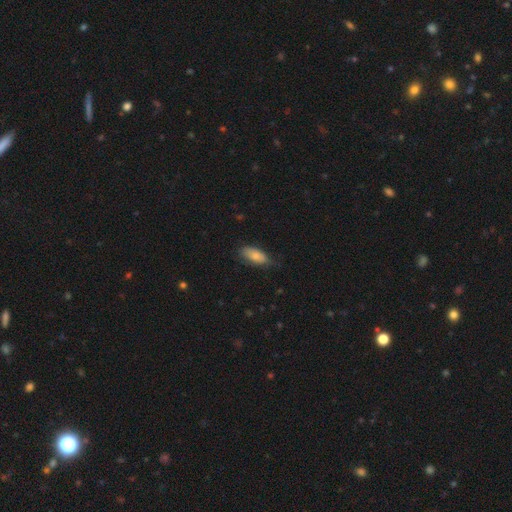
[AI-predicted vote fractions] smooth_or_featured: smooth (p=0.80) [alt: featured or disk p=0.13]
how_rounded: in between (p=0.85) [alt: cigar-shaped p=0.12]
merging: none (p=0.65) [alt: minor disturbance p=0.29]